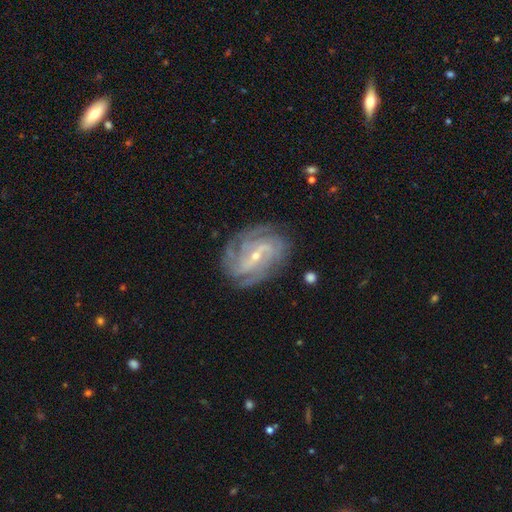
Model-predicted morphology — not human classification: Q: Smooth or featured?
A: featured or disk (88%); runner-up: star or artifact (6%)
Q: Edge-on disk?
A: no (97%); runner-up: yes (3%)
Q: Bar?
A: weak (44%); runner-up: strong (33%)
Q: Spiral arms?
A: yes (97%); runner-up: no (3%)
Q: Spiral winding?
A: tight (57%); runner-up: medium (35%)
Q: Spiral arm count?
A: 3 (23%); tied with: 4 (23%)
Q: Bulge size?
A: small (70%); runner-up: moderate (26%)
Q: Merging?
A: none (77%); runner-up: minor disturbance (16%)